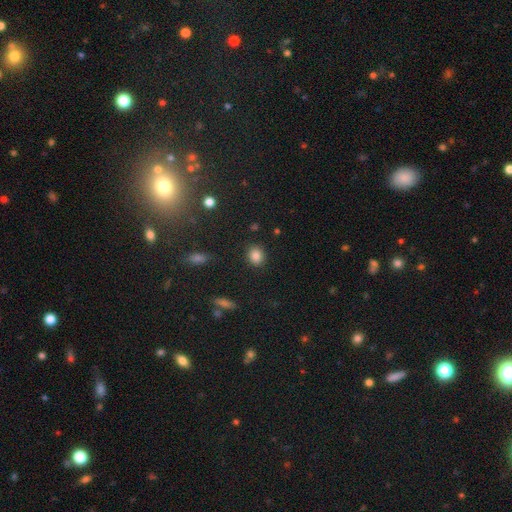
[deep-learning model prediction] This is clearly a smooth galaxy (85%). How rounded: likely round (60%). Merging: clearly none (88%).